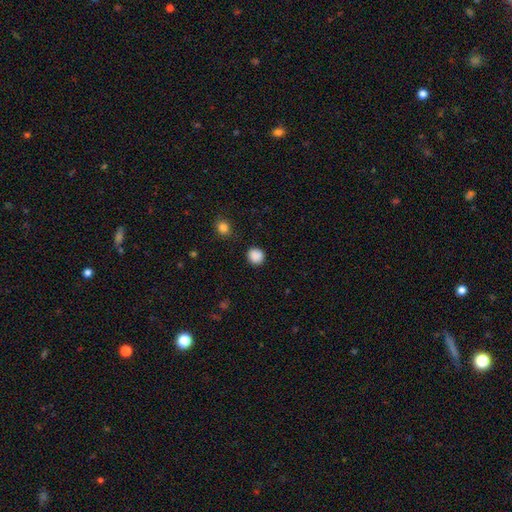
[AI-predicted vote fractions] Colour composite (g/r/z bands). It shows a smooth galaxy with no disk features (88%) that is round (88%). Merging: none (87%).